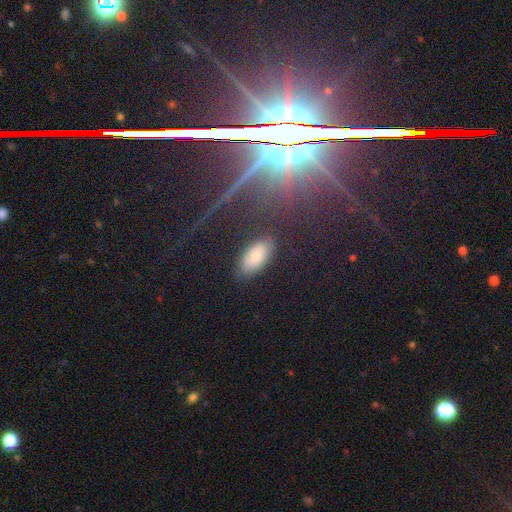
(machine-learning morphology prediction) Smooth or featured? Predicted: smooth (p=0.64). How rounded? Predicted: in between (p=0.93). Merging? Predicted: none (p=0.84).